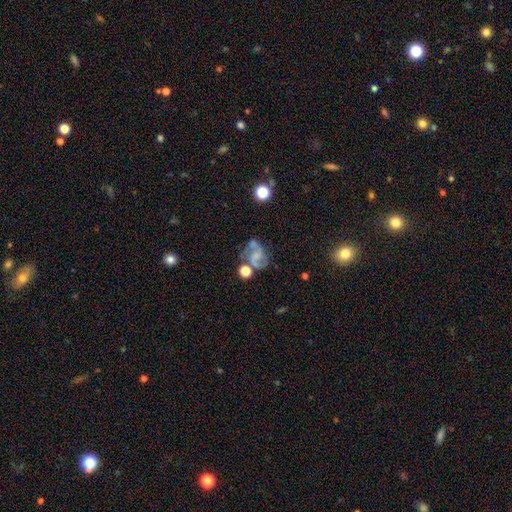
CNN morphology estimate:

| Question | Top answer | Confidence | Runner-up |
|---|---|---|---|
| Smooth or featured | featured or disk | 76% | smooth (15%) |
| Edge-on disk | no | 98% | yes (2%) |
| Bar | no | 59% | weak (34%) |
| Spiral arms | yes | 92% | no (8%) |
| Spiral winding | medium | 51% | loose (33%) |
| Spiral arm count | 2 | 85% | can't tell (6%) |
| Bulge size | small | 50% | none (26%) |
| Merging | none | 47% | minor disturbance (21%) |